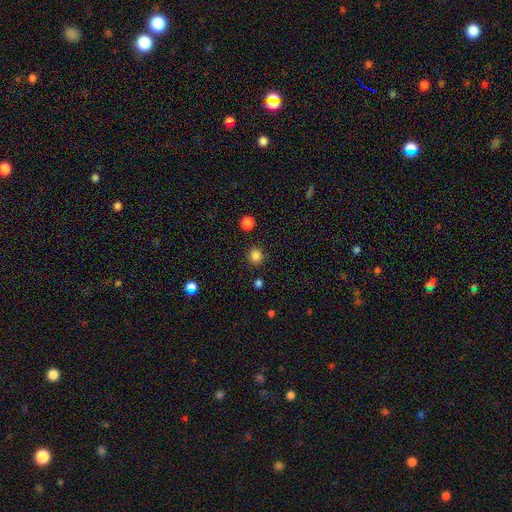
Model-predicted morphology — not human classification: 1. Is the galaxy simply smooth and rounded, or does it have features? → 83% smooth, 13% star or artifact, 4% featured or disk.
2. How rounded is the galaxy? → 89% round, 10% in between, 1% cigar-shaped.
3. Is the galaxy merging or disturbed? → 89% none, 7% minor disturbance, 2% major disturbance, 2% merger.